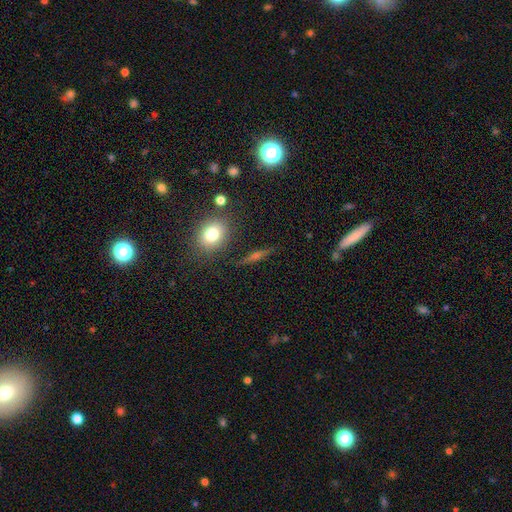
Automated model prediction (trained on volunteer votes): featured or disk 47%, smooth 34%, star or artifact 20%. Down the decision tree: merging — none (84%).